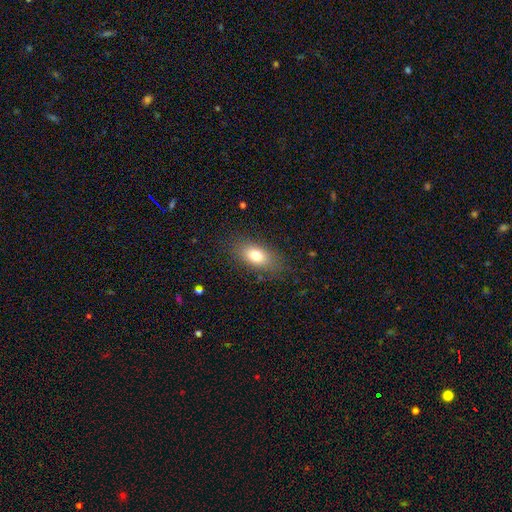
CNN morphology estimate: Smooth or featured: smooth — 78% (featured or disk — 14%)
How rounded: in between — 86% (round — 8%)
Merging: none — 82% (minor disturbance — 13%)